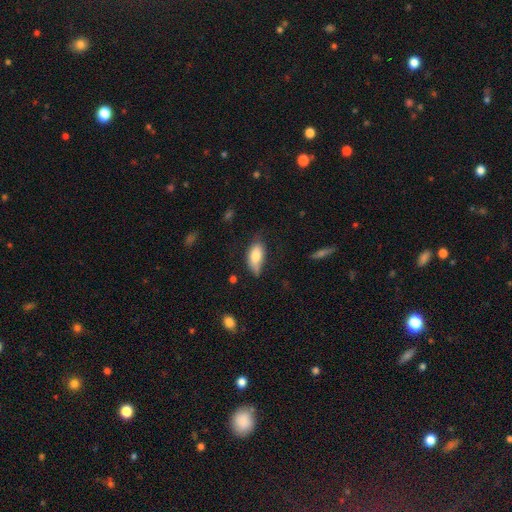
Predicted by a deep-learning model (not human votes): Overall: smooth (77%). How rounded: in between (89%). Merging: none (50%; minor disturbance 38%).